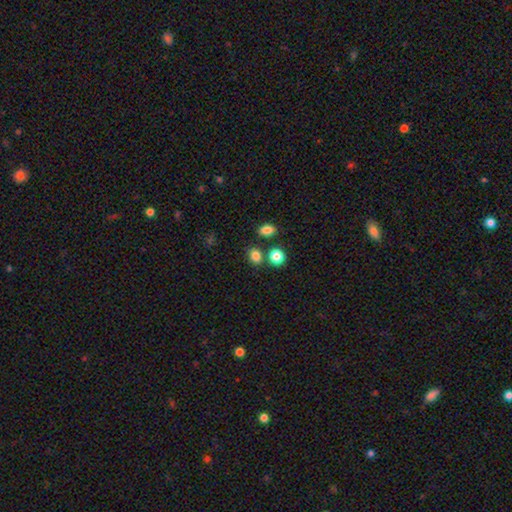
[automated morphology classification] smooth_or_featured: smooth (p=0.83) [alt: star or artifact p=0.12]
how_rounded: round (p=0.53) [alt: in between p=0.46]
merging: none (p=0.73) [alt: merger p=0.14]